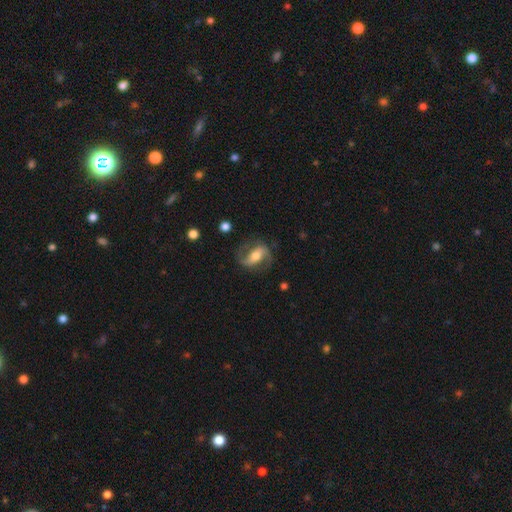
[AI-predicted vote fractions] A featured or disk galaxy (79%) with a strong bar (51%), 2 (90%) medium (46%) spiral arms (92%) and a moderate central bulge (62%).

Vote fractions:
- Smooth or featured? featured or disk: 79% / smooth: 15% / star or artifact: 6%
- Edge-on disk? no: 94% / yes: 6%
- Bar? strong: 51% / weak: 30% / no: 20%
- Spiral arms? yes: 92% / no: 8%
- Spiral winding? medium: 46% / loose: 37% / tight: 17%
- Spiral arm count? 2: 90% / can't tell: 4% / 1: 3% / 3: 1% / 4: 1% / more than 4: 1%
- Bulge size? moderate: 62% / small: 24% / large: 10% / none: 2% / dominant: 2%
- Merging? none: 76% / minor disturbance: 14% / major disturbance: 8% / merger: 2%